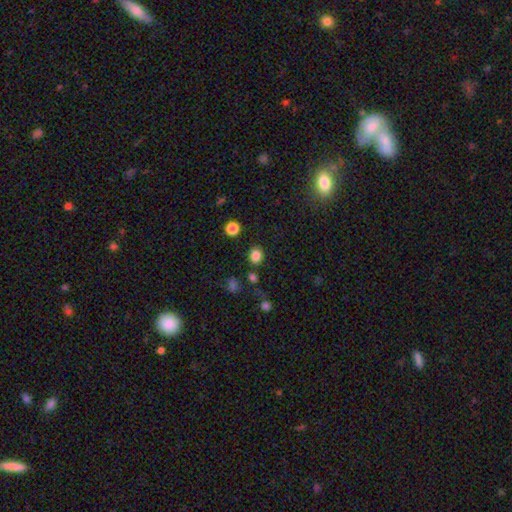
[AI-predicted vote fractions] This appears to be a smooth galaxy with no disk features (84%) that is round (69%). Merging: none (84%).